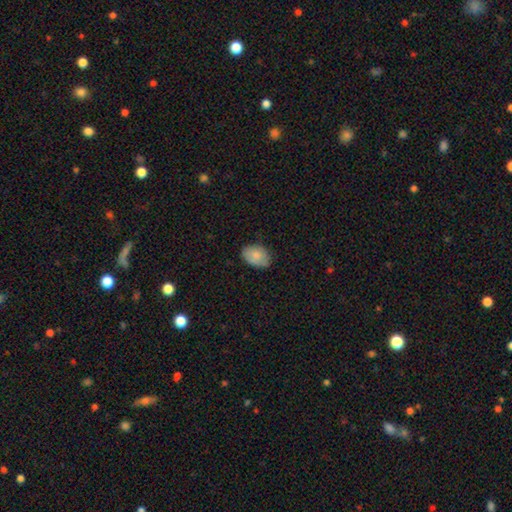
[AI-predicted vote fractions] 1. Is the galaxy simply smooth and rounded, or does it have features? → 82% smooth, 11% featured or disk, 7% star or artifact.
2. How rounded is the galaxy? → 84% in between, 14% round, 1% cigar-shaped.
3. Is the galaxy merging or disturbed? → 75% none, 21% minor disturbance, 3% major disturbance, 1% merger.